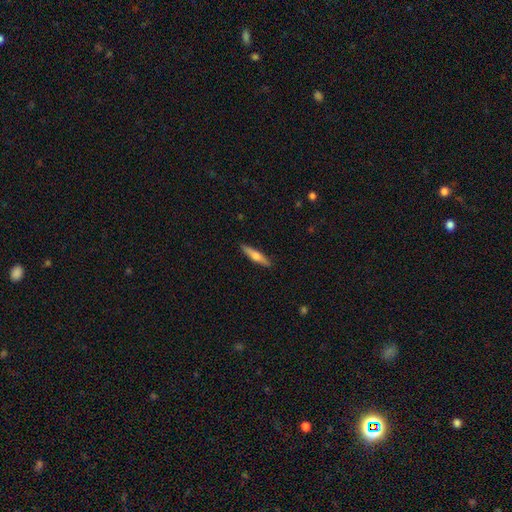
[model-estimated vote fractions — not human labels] Smooth or featured: smooth — 51% (featured or disk — 44%)
How rounded: cigar-shaped — 84% (in between — 14%)
Merging: none — 90% (minor disturbance — 7%)